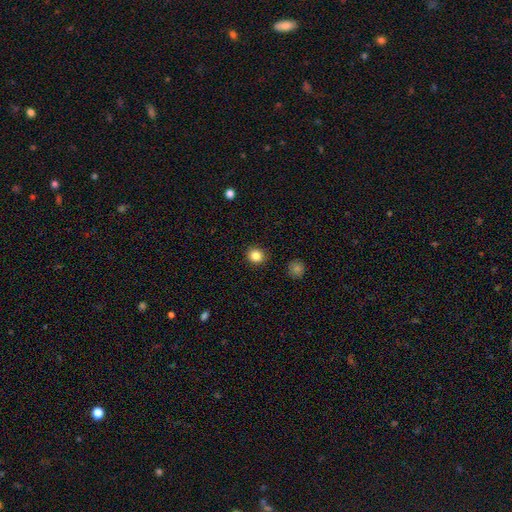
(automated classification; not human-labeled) smooth-or-featured: smooth: 85% | star or artifact: 11% | featured or disk: 5%
  how-rounded: round: 87% | in between: 12% | cigar-shaped: 1%
  merging: none: 91% | minor disturbance: 6% | major disturbance: 2% | merger: 1%